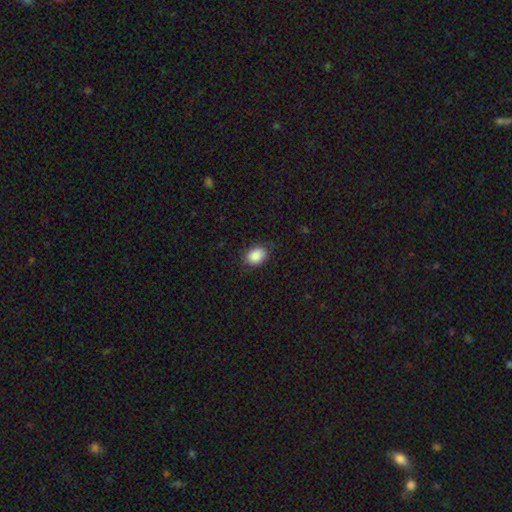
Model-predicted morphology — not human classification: This appears to be a smooth galaxy with no disk features (89%) that is in between round and cigar-shaped (76%). Merging: none (81%).